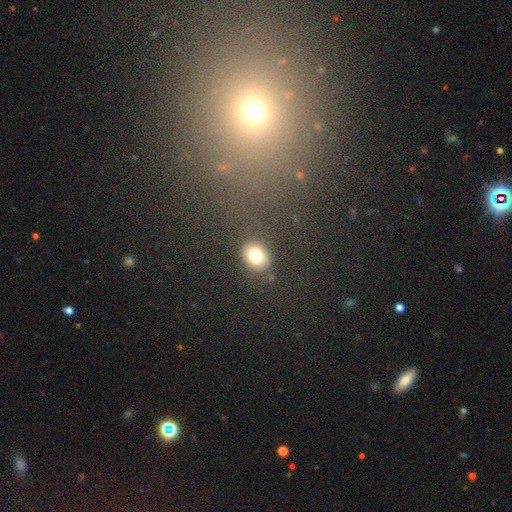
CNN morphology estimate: The model was most divided on "how rounded": round: 55%, in between: 43%, cigar-shaped: 1%. More confident: merging — none (83%); smooth or featured — smooth (78%).